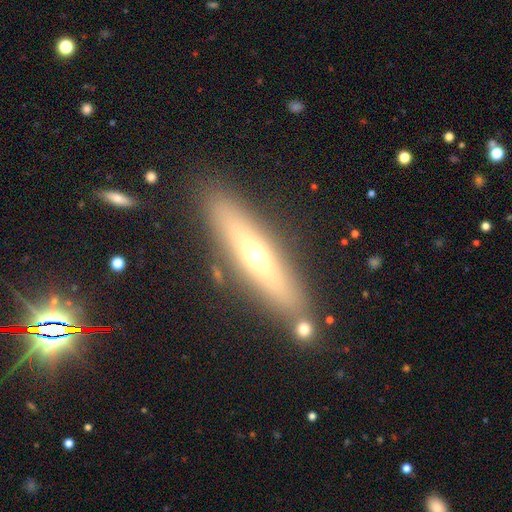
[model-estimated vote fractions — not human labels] Morphology: type=featured or disk (49%); merging=none (84%).